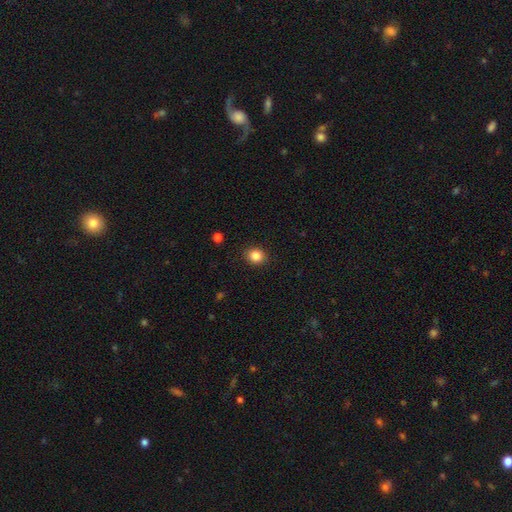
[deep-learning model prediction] Smooth or featured: smooth — 85% (star or artifact — 10%)
How rounded: round — 70% (in between — 30%)
Merging: none — 90% (minor disturbance — 7%)